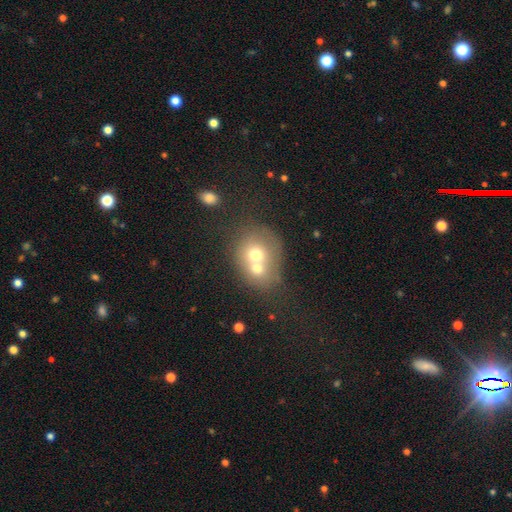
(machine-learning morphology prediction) Smooth or featured: smooth — 60% (featured or disk — 29%)
How rounded: round — 69% (in between — 30%)
Merging: merger — 69% (none — 21%)